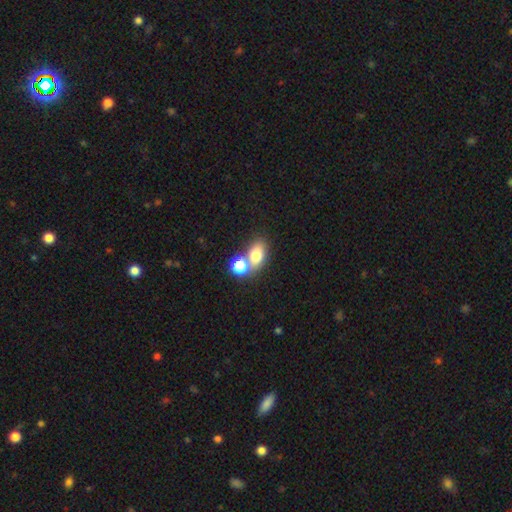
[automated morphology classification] Smooth or featured? Predicted: smooth (p=0.74). How rounded? Predicted: in between (p=0.72). Merging? Predicted: none (p=0.46).